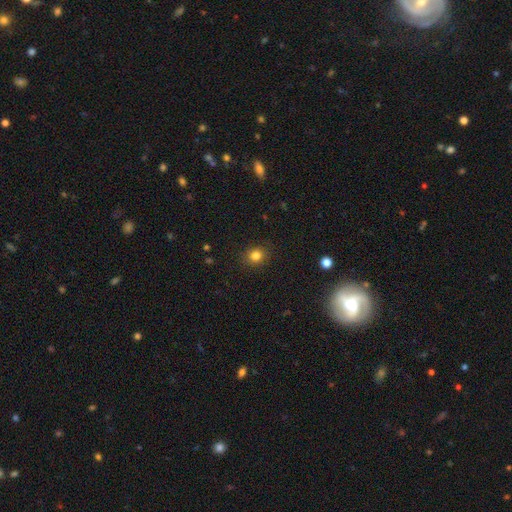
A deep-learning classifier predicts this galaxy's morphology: smooth 82%, star or artifact 12%, featured or disk 6%. Down the decision tree: how rounded — round (75%); merging — none (89%).